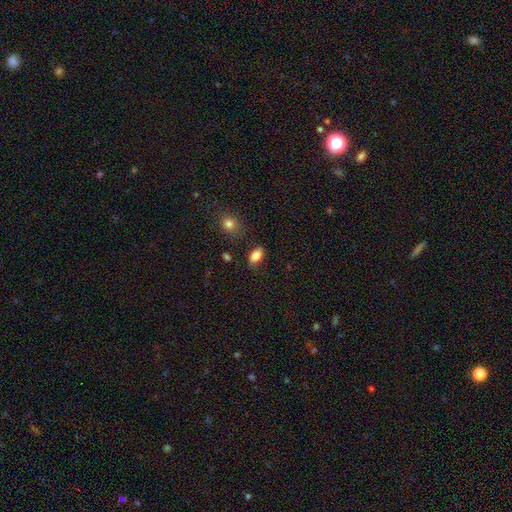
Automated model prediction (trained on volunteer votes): smooth_or_featured: smooth (p=0.86) [alt: star or artifact p=0.08]
how_rounded: in between (p=0.90) [alt: round p=0.07]
merging: none (p=0.81) [alt: minor disturbance p=0.13]